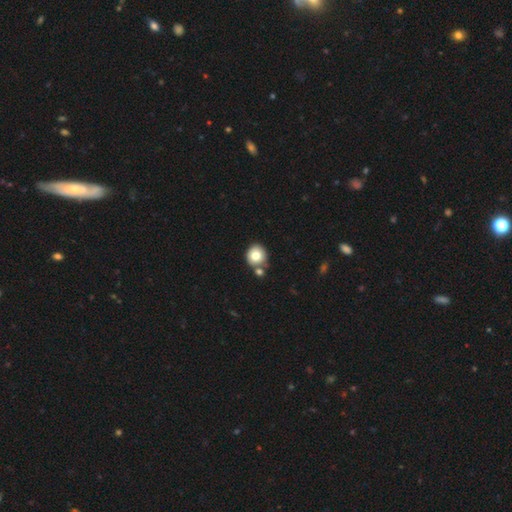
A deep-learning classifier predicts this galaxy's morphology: smooth-or-featured: smooth: 77% | featured or disk: 13% | star or artifact: 10%
  how-rounded: round: 88% | in between: 11% | cigar-shaped: 1%
  merging: none: 66% | merger: 20% | minor disturbance: 10% | major disturbance: 3%